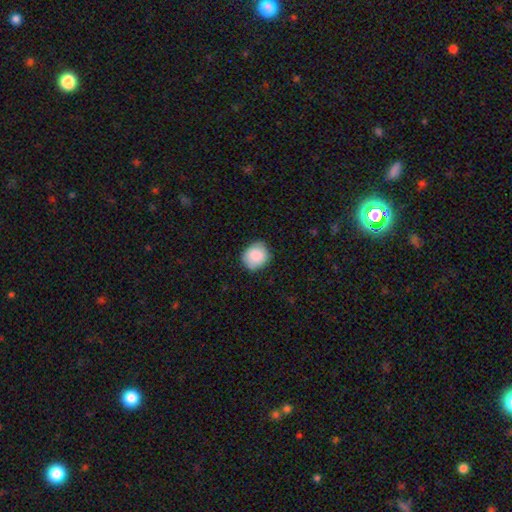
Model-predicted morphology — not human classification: Smooth or featured: smooth — 86% (star or artifact — 7%)
How rounded: round — 68% (in between — 31%)
Merging: none — 78% (minor disturbance — 18%)